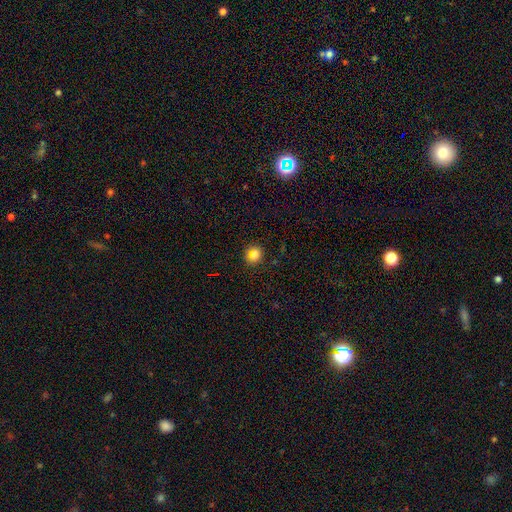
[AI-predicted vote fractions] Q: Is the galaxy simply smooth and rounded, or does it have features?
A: smooth — 74%.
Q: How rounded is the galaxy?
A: round — 77%.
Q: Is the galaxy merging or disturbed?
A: none — 84%.